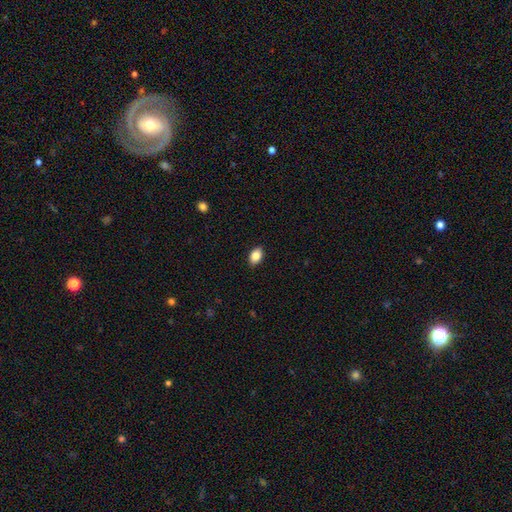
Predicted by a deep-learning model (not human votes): A smooth galaxy with no disk features (86%) that is in between round and cigar-shaped (88%).

Vote fractions:
- Smooth or featured? smooth: 86% / star or artifact: 8% / featured or disk: 6%
- How rounded? in between: 88% / round: 11% / cigar-shaped: 2%
- Merging? none: 89% / minor disturbance: 8% / major disturbance: 2% / merger: 1%